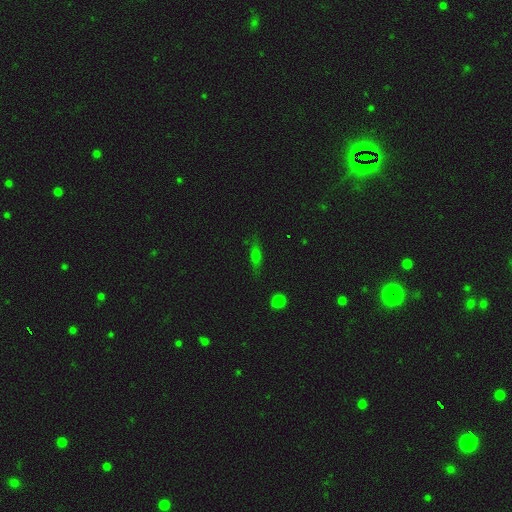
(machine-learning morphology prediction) smooth 53%, featured or disk 32%, star or artifact 15%. Down the decision tree: how rounded — cigar-shaped (58%); merging — none (79%).